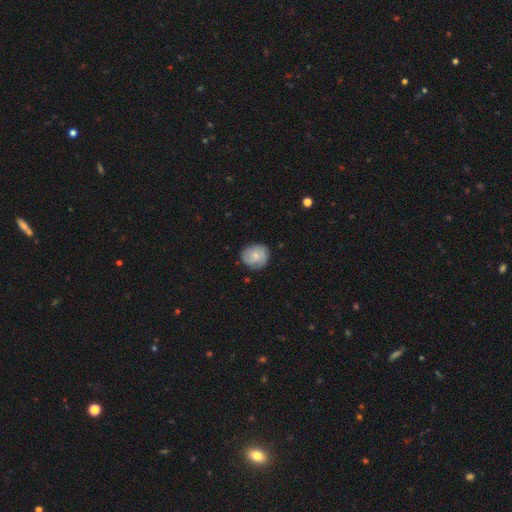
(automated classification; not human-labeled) smooth_or_featured: smooth (p=0.58) [alt: featured or disk p=0.34]
how_rounded: round (p=0.78) [alt: in between p=0.21]
merging: none (p=0.76) [alt: minor disturbance p=0.19]